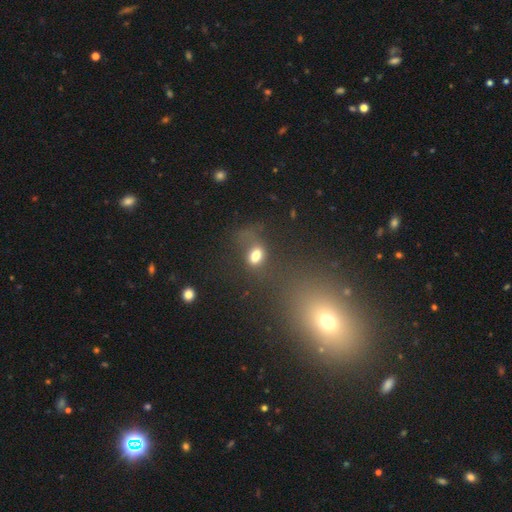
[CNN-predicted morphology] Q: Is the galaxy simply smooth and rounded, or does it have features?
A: smooth — 69%.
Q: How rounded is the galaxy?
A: in between — 73%.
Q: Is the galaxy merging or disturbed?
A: none — 42%.